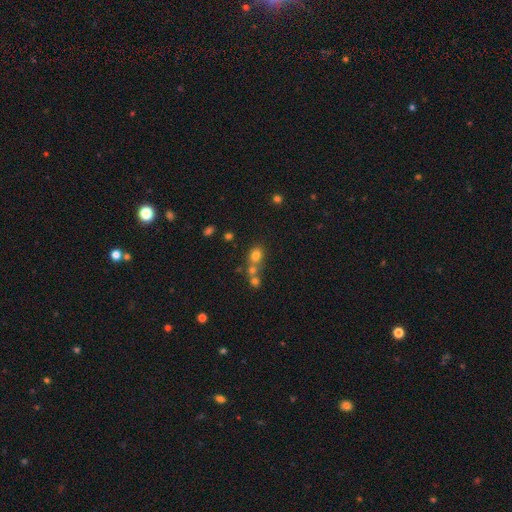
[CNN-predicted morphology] Smooth or featured: smooth — 73% (star or artifact — 16%)
How rounded: round — 67% (in between — 32%)
Merging: none — 46% (merger — 42%)